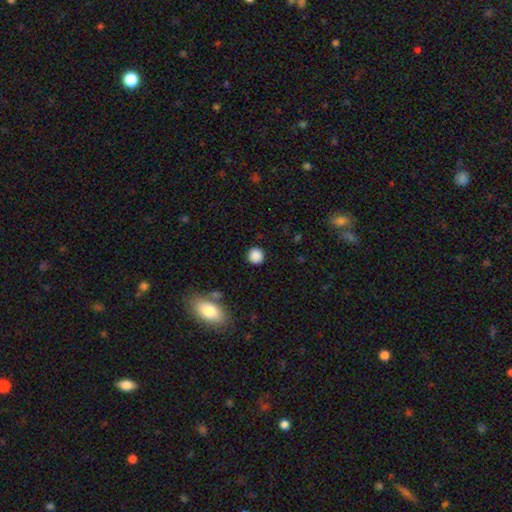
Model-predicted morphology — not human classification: This is clearly a smooth galaxy (88%). How rounded: clearly round (92%). Merging: clearly none (89%).